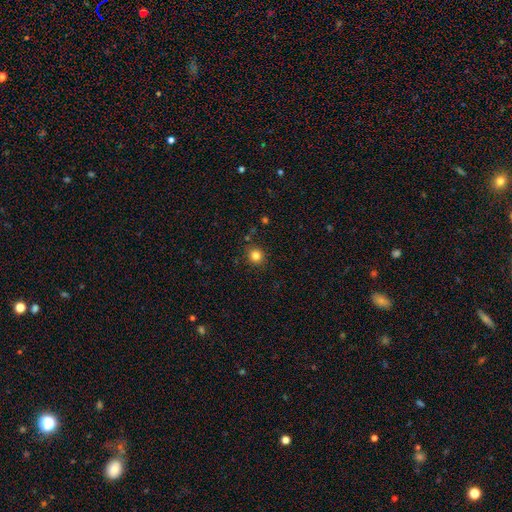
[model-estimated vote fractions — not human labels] Overall: smooth (82%). How rounded: round (89%). Merging: none (88%).